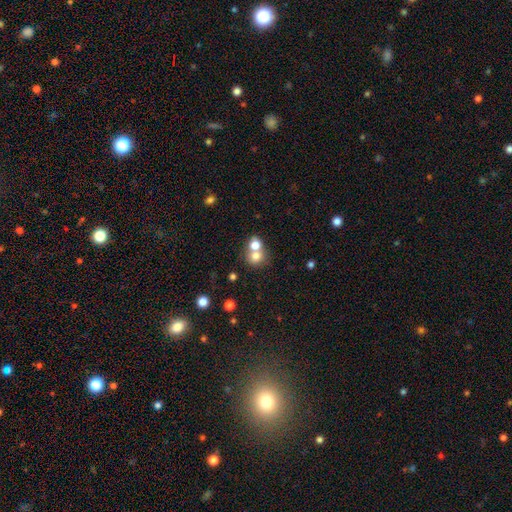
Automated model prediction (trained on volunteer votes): This is likely a smooth galaxy (74%). How rounded: likely round (76%). Merging: possibly merger (55%).